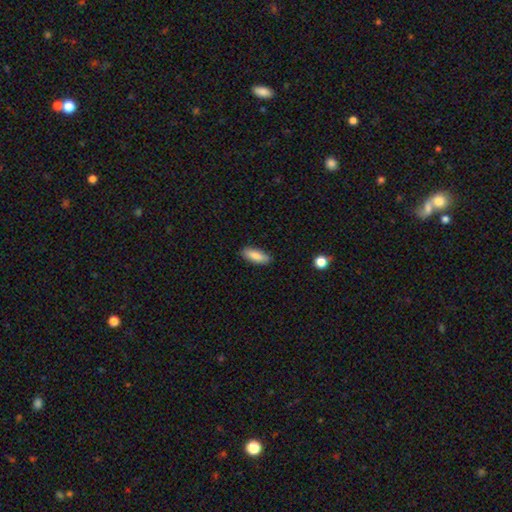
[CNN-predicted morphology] A smooth galaxy with no disk features (84%) that is in between round and cigar-shaped (70%).

Vote fractions:
- Smooth or featured? smooth: 84% / featured or disk: 10% / star or artifact: 6%
- How rounded? in between: 70% / cigar-shaped: 28% / round: 2%
- Merging? none: 86% / minor disturbance: 11% / major disturbance: 2% / merger: 1%